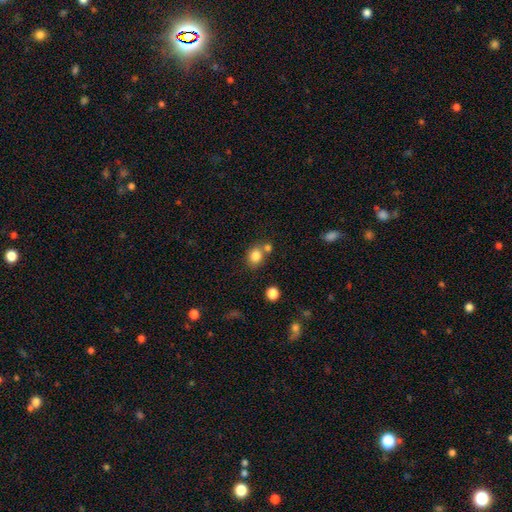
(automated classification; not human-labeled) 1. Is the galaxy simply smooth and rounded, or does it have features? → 82% smooth, 10% star or artifact, 7% featured or disk.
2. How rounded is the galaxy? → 59% round, 40% in between, 1% cigar-shaped.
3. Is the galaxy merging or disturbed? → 59% none, 25% merger, 12% minor disturbance, 4% major disturbance.